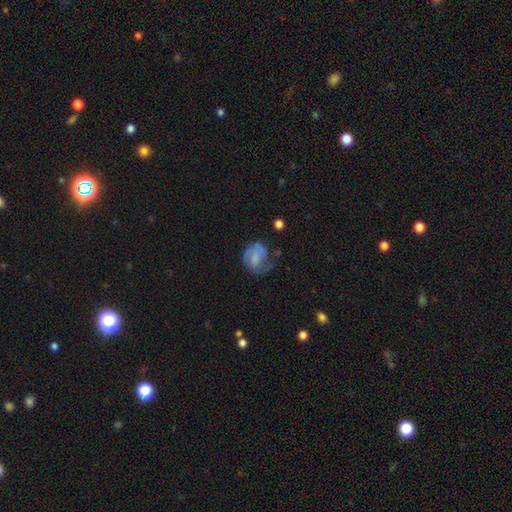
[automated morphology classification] A smooth galaxy with no disk features (50%) that is round (51%). Merging: none (39%).